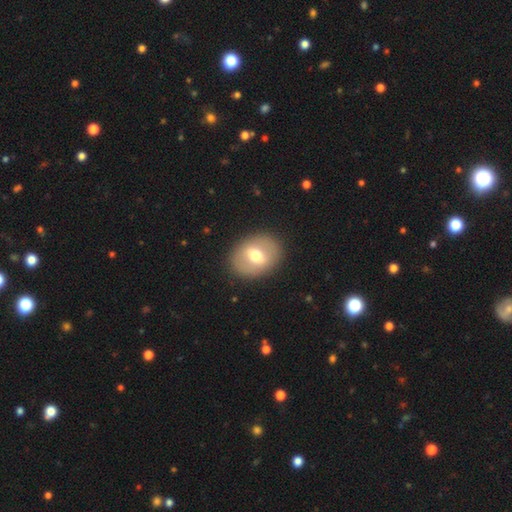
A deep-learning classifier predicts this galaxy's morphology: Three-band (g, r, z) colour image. It shows a smooth galaxy with no disk features (54%) that is in between round and cigar-shaped (53%). Merging: none (88%).